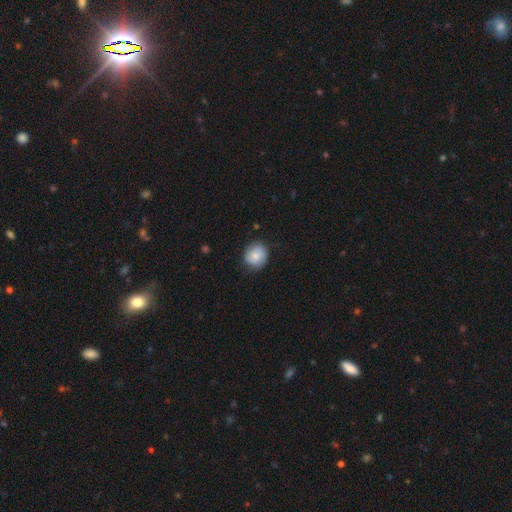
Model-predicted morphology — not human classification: This appears to be a smooth galaxy with no disk features (76%) that is round (80%). Merging: none (82%).